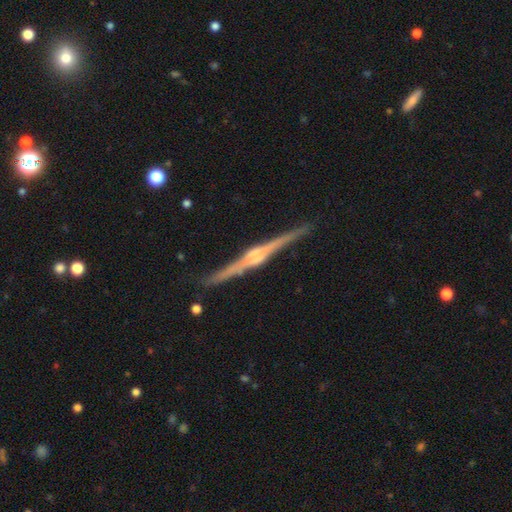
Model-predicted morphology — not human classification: A featured or disk galaxy (89%) viewed edge-on (99%) with a rounded central bulge (73%).

Vote fractions:
- Smooth or featured? featured or disk: 89% / smooth: 7% / star or artifact: 5%
- Edge-on disk? yes: 99% / no: 1%
- Edge-on bulge? rounded: 73% / boxy: 20% / none: 7%
- Merging? none: 90% / minor disturbance: 7% / major disturbance: 2% / merger: 1%